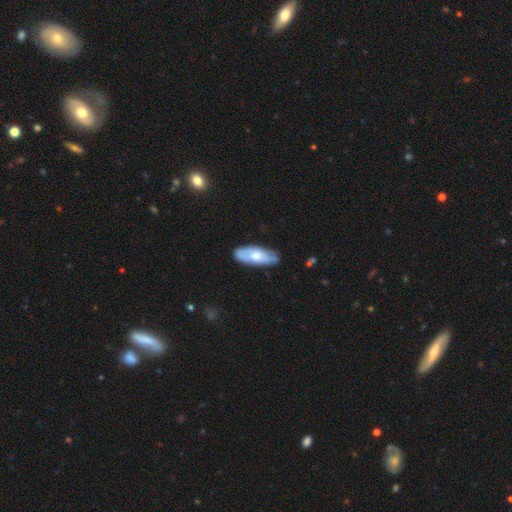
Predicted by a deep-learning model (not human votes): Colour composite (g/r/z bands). It shows a smooth galaxy with no disk features (54%) that is in between round and cigar-shaped (75%). Merging: none (78%).